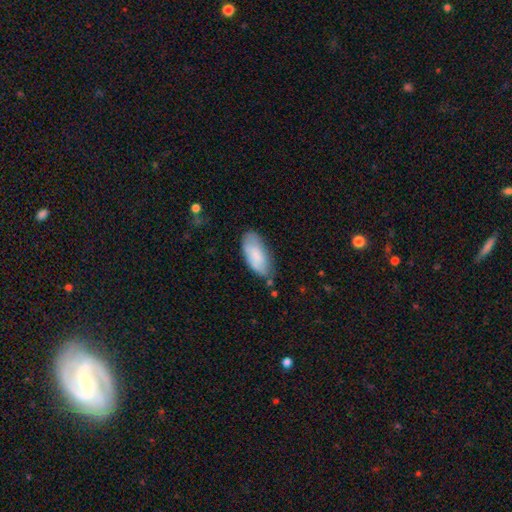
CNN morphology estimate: smooth_or_featured: smooth (p=0.78) [alt: featured or disk p=0.16]
how_rounded: in between (p=0.90) [alt: cigar-shaped p=0.08]
merging: none (p=0.59) [alt: minor disturbance p=0.31]